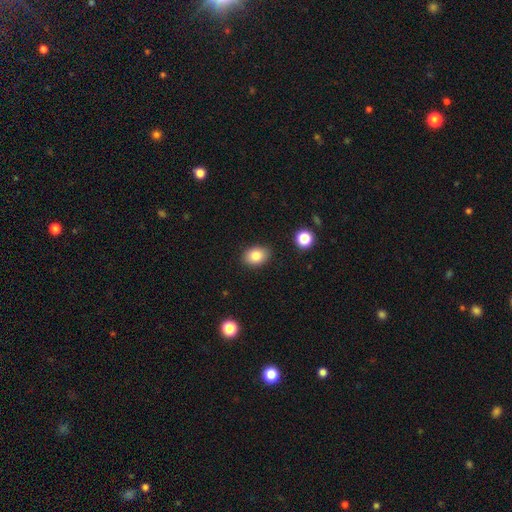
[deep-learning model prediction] A smooth galaxy with no disk features (83%) that is in between round and cigar-shaped (74%).

Vote fractions:
- Smooth or featured? smooth: 83% / star or artifact: 9% / featured or disk: 8%
- How rounded? in between: 74% / round: 25% / cigar-shaped: 1%
- Merging? none: 87% / minor disturbance: 9% / major disturbance: 2% / merger: 2%